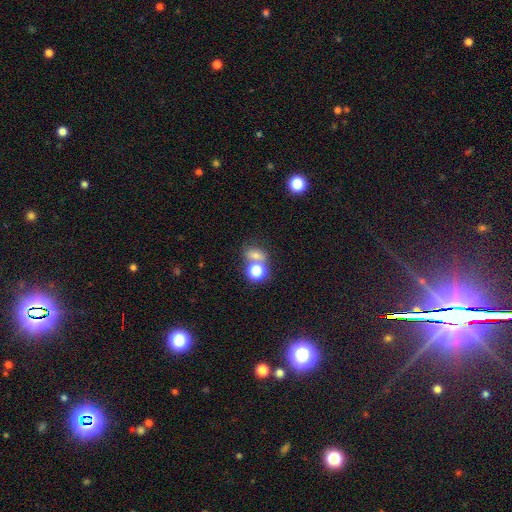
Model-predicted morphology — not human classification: This appears to be a smooth galaxy with no disk features (61%) that is in between round and cigar-shaped (49%). Merging: none (49%).